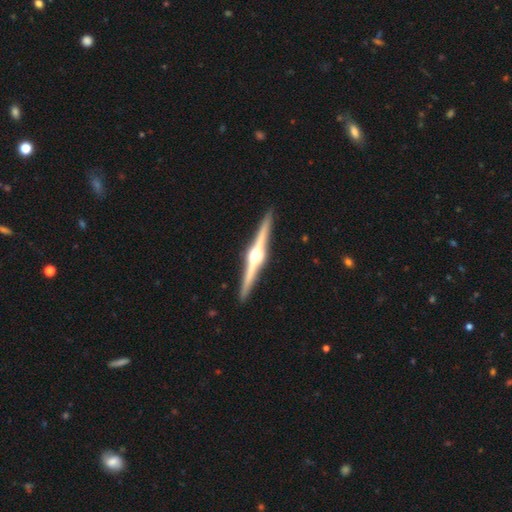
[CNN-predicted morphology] featured or disk 87%, smooth 9%, star or artifact 4%. Down the decision tree: edge-on disk — yes (99%); edge-on bulge — rounded (96%); merging — none (93%).